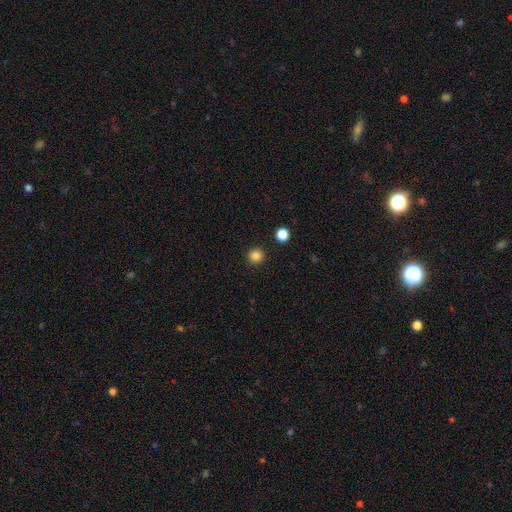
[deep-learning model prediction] The model was most divided on "smooth or featured": smooth: 85%, star or artifact: 12%, featured or disk: 3%. More confident: how rounded — round (95%); merging — none (92%).